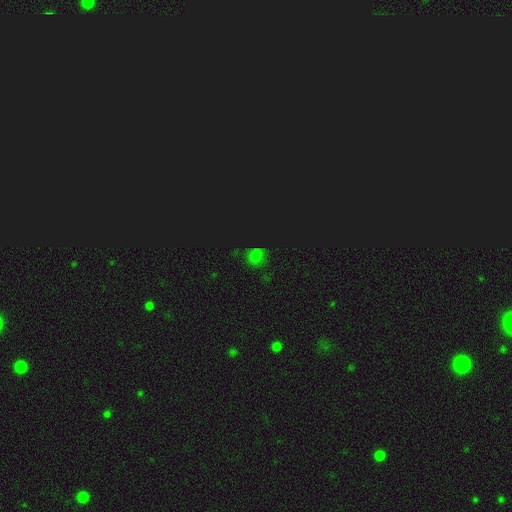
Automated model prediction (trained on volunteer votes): Overall: smooth (52%; star or artifact 41%). How rounded: round (73%). Merging: none (70%).